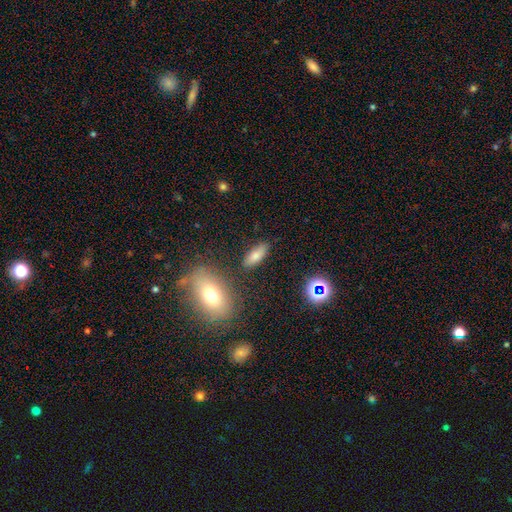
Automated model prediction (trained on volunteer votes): Smooth or featured?
  - smooth: 76% *
  - featured or disk: 14%
  - star or artifact: 11%
How rounded?
  - in between: 72% *
  - cigar-shaped: 25%
  - round: 4%
Merging?
  - none: 83% *
  - minor disturbance: 10%
  - merger: 3%
  - major disturbance: 3%